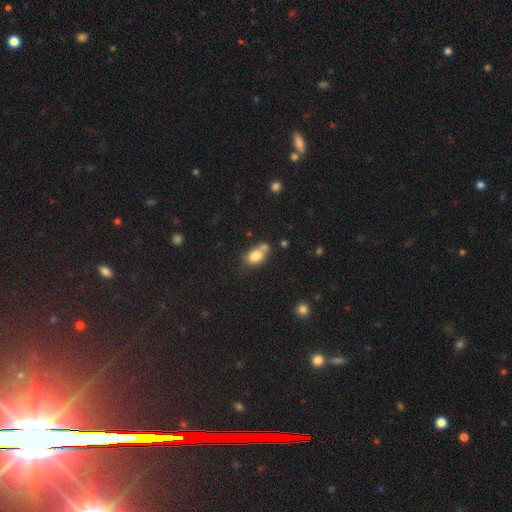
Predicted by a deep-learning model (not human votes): This is likely a smooth galaxy (79%). How rounded: likely in between (67%). Merging: marginally none (42%).